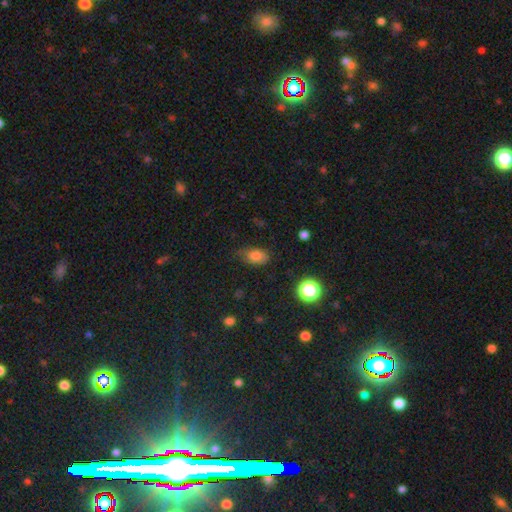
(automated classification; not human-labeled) This is likely a smooth galaxy (79%). How rounded: clearly in between (84%). Merging: likely none (69%).